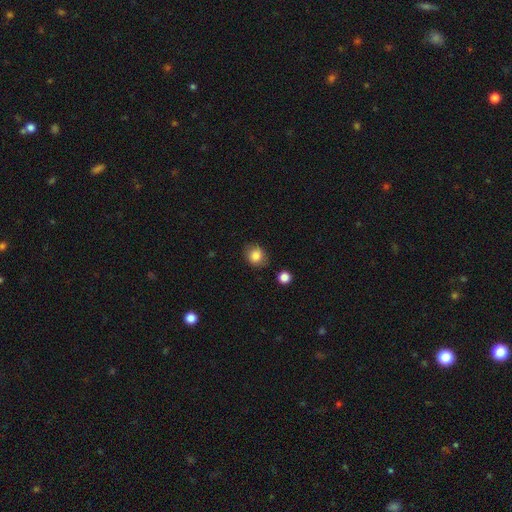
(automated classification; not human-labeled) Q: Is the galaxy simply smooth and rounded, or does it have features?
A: smooth — 85%.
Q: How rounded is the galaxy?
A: round — 70%.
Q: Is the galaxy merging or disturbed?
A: none — 80%.